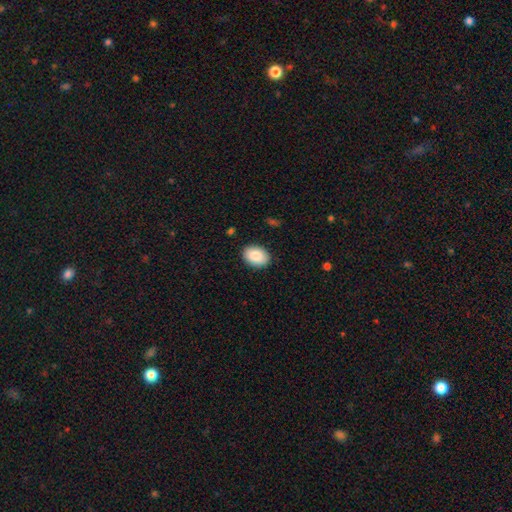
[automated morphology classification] The model was most divided on "how rounded": in between: 79%, round: 20%, cigar-shaped: 1%. More confident: merging — none (88%); smooth or featured — smooth (88%).